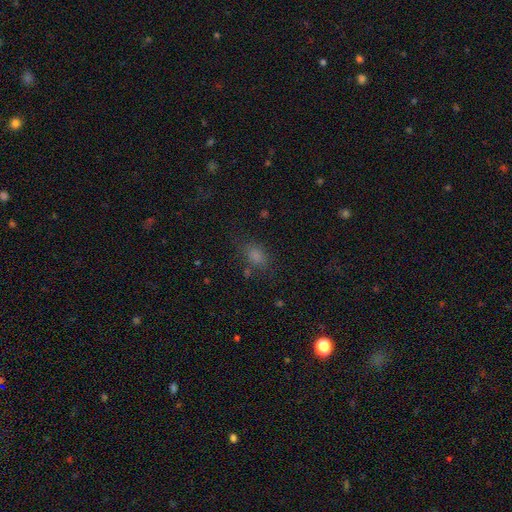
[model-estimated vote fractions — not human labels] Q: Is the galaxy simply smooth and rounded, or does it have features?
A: smooth — 76%.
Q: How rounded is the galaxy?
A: in between — 81%.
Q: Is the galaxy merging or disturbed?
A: none — 69%.